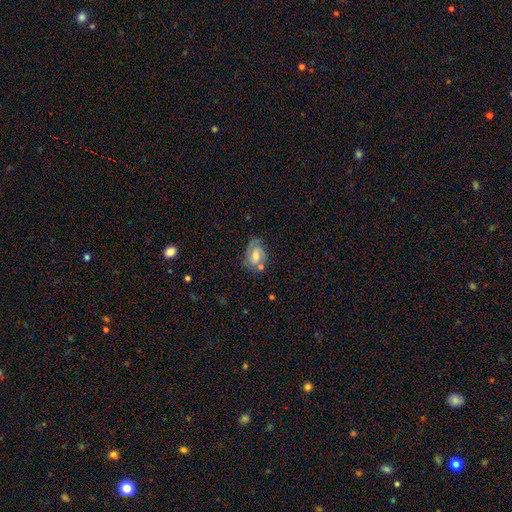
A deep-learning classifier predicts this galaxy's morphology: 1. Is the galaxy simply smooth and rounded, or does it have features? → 48% featured or disk, 43% smooth, 9% star or artifact.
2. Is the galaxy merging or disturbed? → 54% none, 24% minor disturbance, 13% merger, 9% major disturbance.